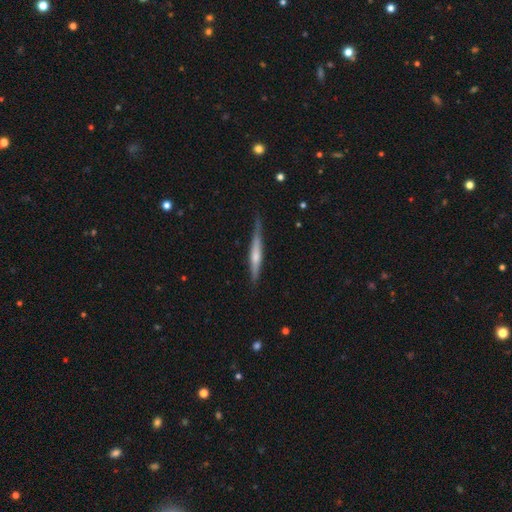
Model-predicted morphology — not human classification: Smooth or featured?
  - featured or disk: 54% *
  - smooth: 40%
  - star or artifact: 6%
Edge-on disk?
  - yes: 96% *
  - no: 4%
Edge-on bulge?
  - rounded: 58% *
  - none: 29%
  - boxy: 12%
Merging?
  - none: 74% *
  - minor disturbance: 21%
  - major disturbance: 3%
  - merger: 2%